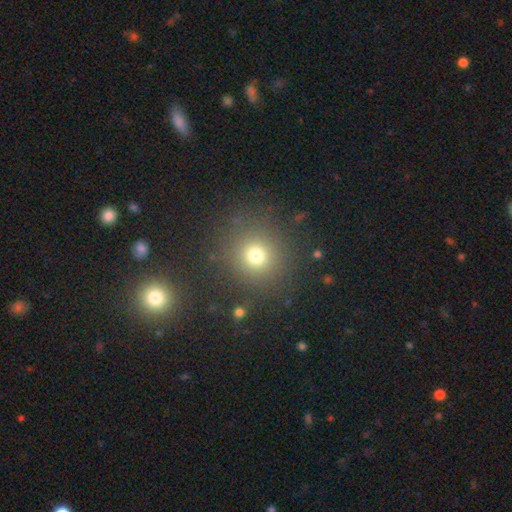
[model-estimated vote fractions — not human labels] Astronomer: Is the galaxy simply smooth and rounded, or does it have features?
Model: smooth — 73%.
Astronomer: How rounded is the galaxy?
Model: round — 90%.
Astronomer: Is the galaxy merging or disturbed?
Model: none — 85%.